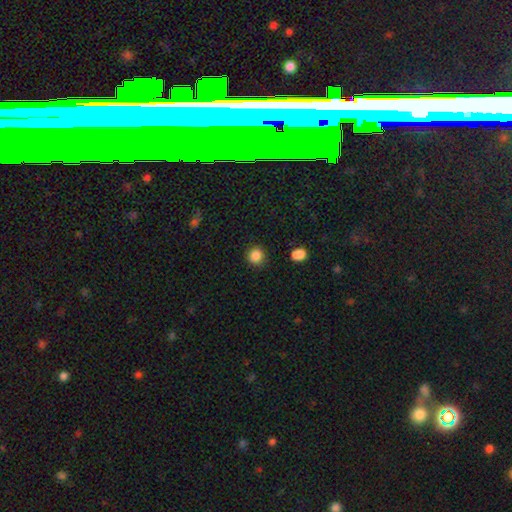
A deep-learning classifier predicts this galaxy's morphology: smooth 86%, star or artifact 11%, featured or disk 3%. Down the decision tree: how rounded — round (91%); merging — none (89%).